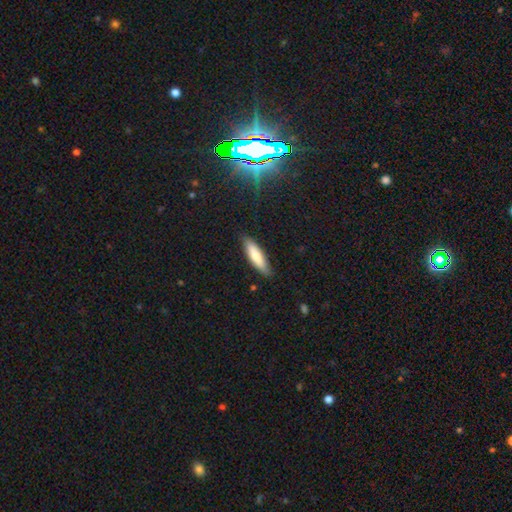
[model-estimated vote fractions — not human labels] This appears to be a smooth galaxy with no disk features (77%) that is cigar-shaped (68%). Merging: none (86%).